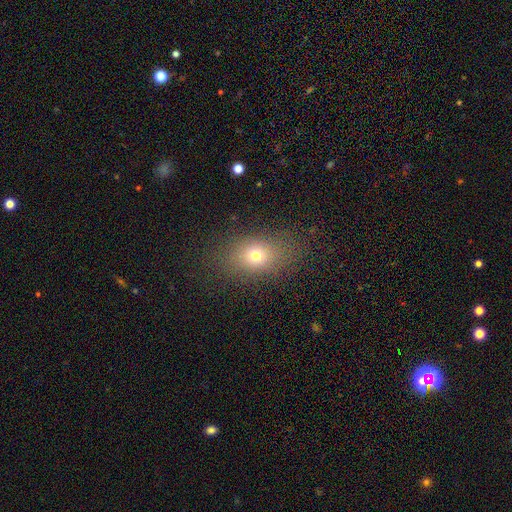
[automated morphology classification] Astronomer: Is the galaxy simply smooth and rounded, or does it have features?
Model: smooth — 70%.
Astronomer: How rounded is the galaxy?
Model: in between — 68%.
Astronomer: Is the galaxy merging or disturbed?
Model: none — 81%.